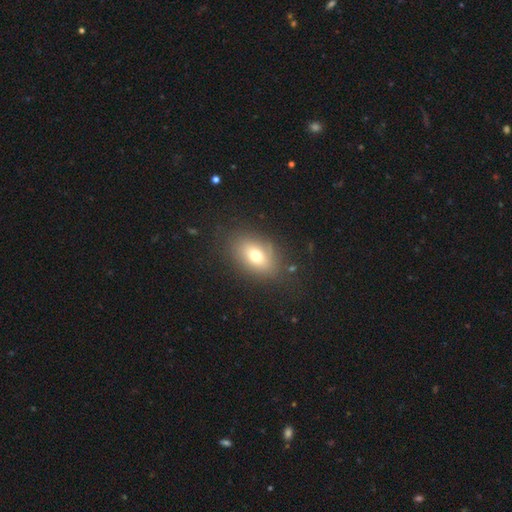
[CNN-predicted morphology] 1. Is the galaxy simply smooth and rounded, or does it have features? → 69% smooth, 19% featured or disk, 12% star or artifact.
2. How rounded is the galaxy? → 80% in between, 18% round, 2% cigar-shaped.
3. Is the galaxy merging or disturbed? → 78% none, 14% minor disturbance, 6% major disturbance, 2% merger.